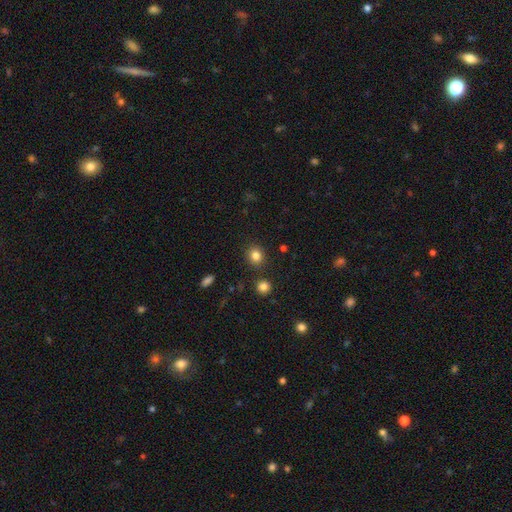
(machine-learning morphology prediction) type=smooth (83%); roundness=round (77%); merging=none (87%).